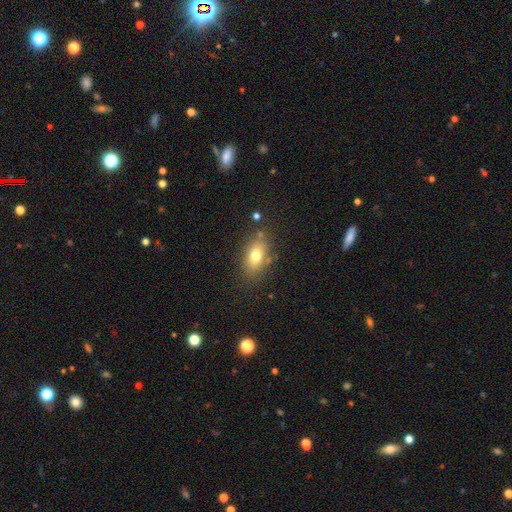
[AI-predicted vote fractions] Smooth or featured: smooth — 75% (featured or disk — 15%)
How rounded: in between — 82% (round — 13%)
Merging: none — 77% (minor disturbance — 14%)